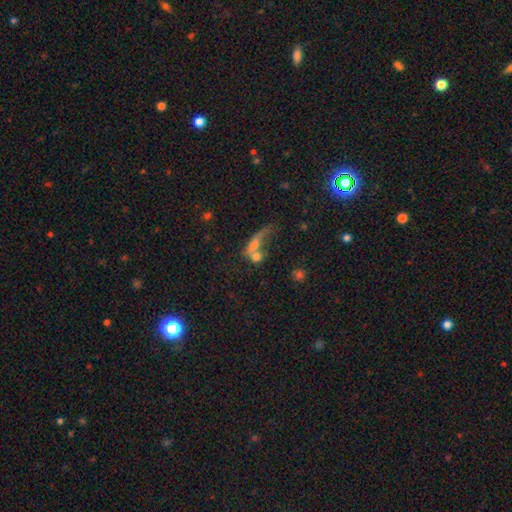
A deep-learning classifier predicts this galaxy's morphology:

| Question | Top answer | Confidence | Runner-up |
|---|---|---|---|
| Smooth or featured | smooth | 55% | featured or disk (31%) |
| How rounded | in between | 50% | round (25%) |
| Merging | merger | 52% | major disturbance (21%) |